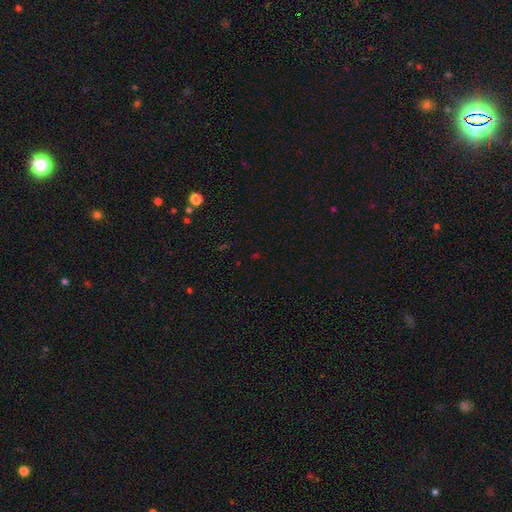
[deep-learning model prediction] This is likely a star or artifact rather than a galaxy (62%).